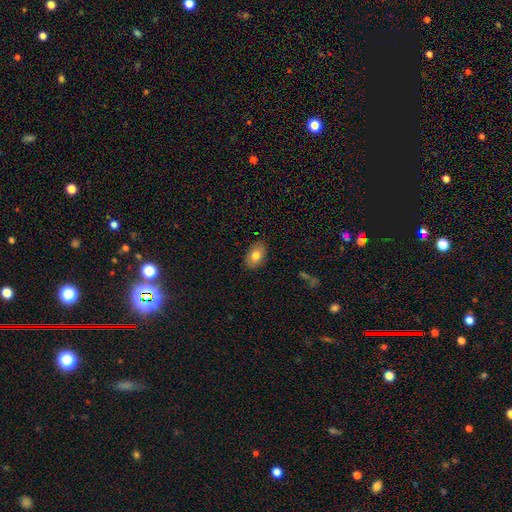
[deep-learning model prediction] Smooth or featured? smooth (80%)
How rounded? in between (88%)
Merging? none (86%)